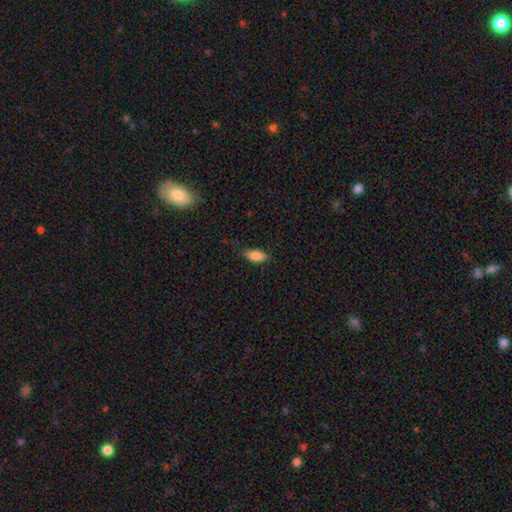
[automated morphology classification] Smooth or featured? Predicted: smooth (p=0.80). How rounded? Predicted: in between (p=0.82). Merging? Predicted: none (p=0.79).